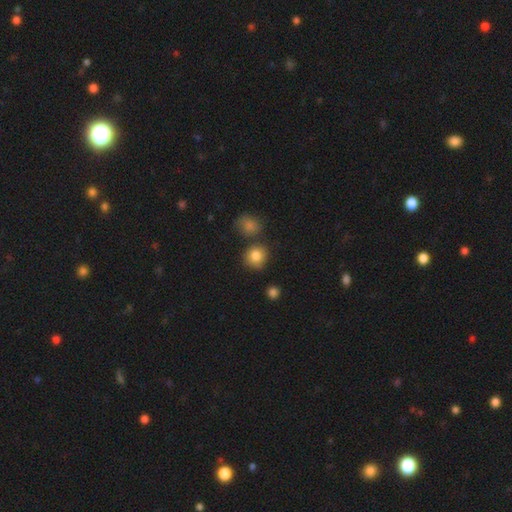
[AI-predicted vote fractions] Smooth or featured?
  - smooth: 83% *
  - star or artifact: 10%
  - featured or disk: 6%
How rounded?
  - round: 83% *
  - in between: 16%
  - cigar-shaped: 1%
Merging?
  - none: 74% *
  - minor disturbance: 12%
  - merger: 11%
  - major disturbance: 4%